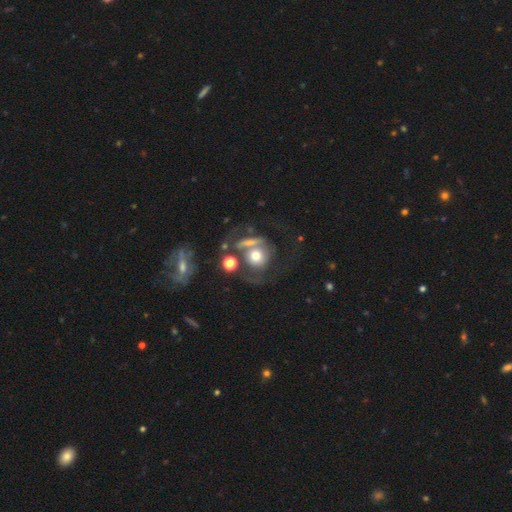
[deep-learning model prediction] Smooth or featured?
  - smooth: 54% *
  - featured or disk: 36%
  - star or artifact: 10%
How rounded?
  - round: 79% *
  - in between: 19%
  - cigar-shaped: 2%
Merging?
  - merger: 34% *
  - none: 28%
  - major disturbance: 24%
  - minor disturbance: 14%